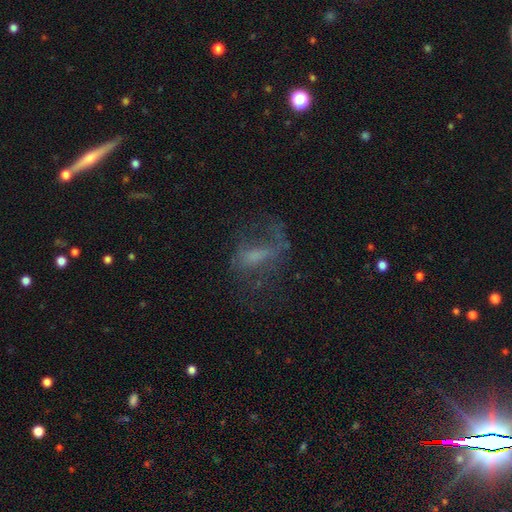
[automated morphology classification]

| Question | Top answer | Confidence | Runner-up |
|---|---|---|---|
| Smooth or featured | featured or disk | 55% | smooth (29%) |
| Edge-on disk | no | 91% | yes (9%) |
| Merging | none | 44% | major disturbance (35%) |